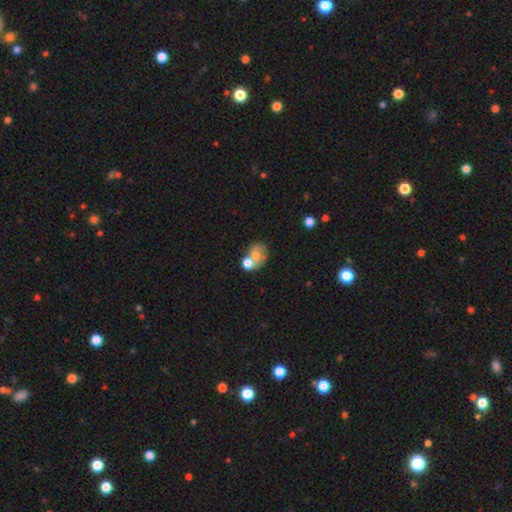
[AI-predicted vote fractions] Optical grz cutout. It shows a smooth galaxy with no disk features (61%) that is in between round and cigar-shaped (56%). Merging: merger (46%).